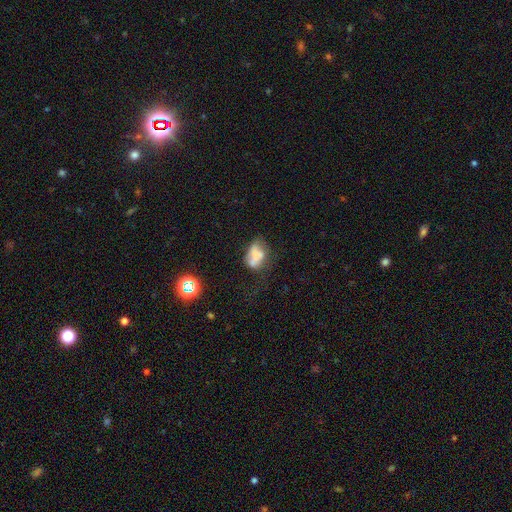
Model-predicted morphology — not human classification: Smooth or featured? smooth (57%)
How rounded? in between (82%)
Merging? none (31%)